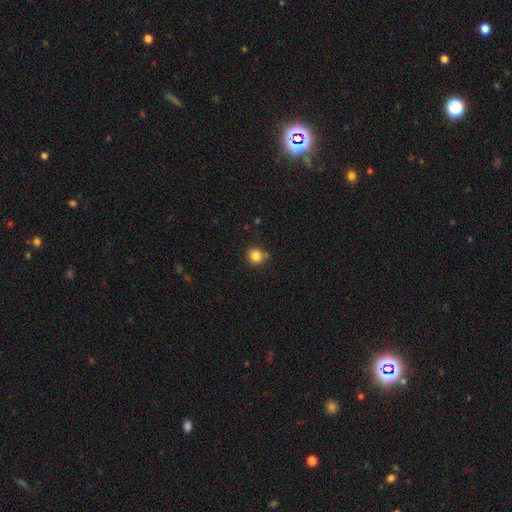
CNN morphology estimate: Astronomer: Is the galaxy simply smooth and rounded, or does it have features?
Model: smooth — 84%.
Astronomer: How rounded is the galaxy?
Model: round — 91%.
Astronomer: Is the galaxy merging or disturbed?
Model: none — 79%.